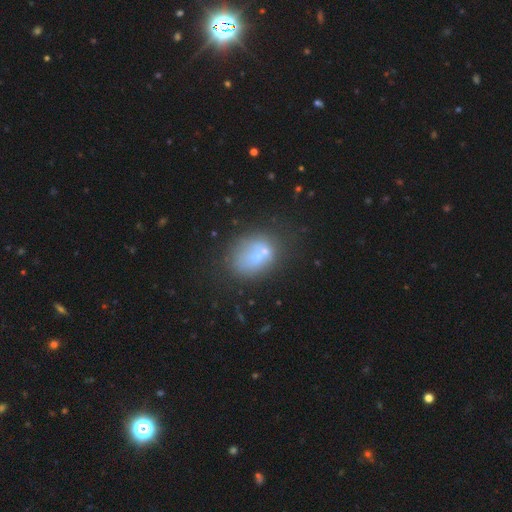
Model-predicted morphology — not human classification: Smooth or featured? Predicted: smooth (p=0.54). How rounded? Predicted: in between (p=0.61). Merging? Predicted: none (p=0.43).